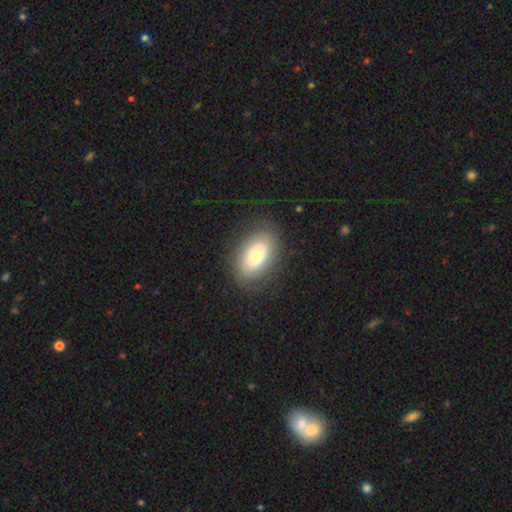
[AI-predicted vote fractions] Smooth or featured?
  - smooth: 68% *
  - featured or disk: 24%
  - star or artifact: 8%
How rounded?
  - in between: 89% *
  - round: 9%
  - cigar-shaped: 2%
Merging?
  - none: 81% *
  - minor disturbance: 12%
  - major disturbance: 6%
  - merger: 1%